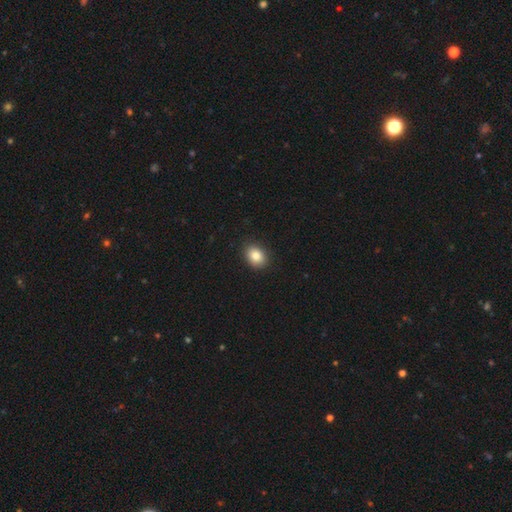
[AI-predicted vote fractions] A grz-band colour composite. It shows a smooth galaxy with no disk features (84%) that is in between round and cigar-shaped (69%). Merging: none (90%).